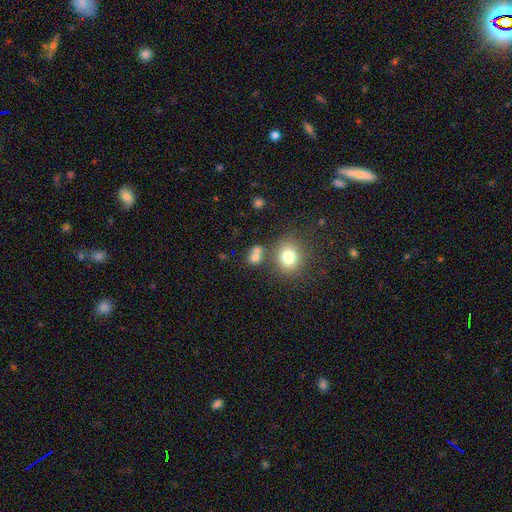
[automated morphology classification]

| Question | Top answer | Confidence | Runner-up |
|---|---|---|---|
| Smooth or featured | smooth | 74% | star or artifact (15%) |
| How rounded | round | 66% | in between (32%) |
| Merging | none | 46% | merger (39%) |